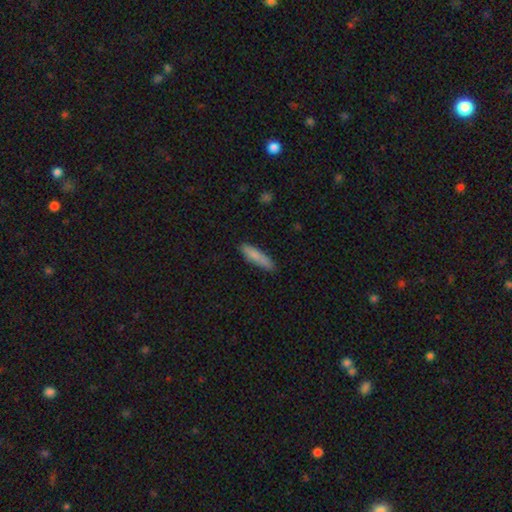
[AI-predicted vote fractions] Smooth or featured: smooth — 82% (featured or disk — 11%)
How rounded: cigar-shaped — 80% (in between — 19%)
Merging: none — 83% (minor disturbance — 14%)